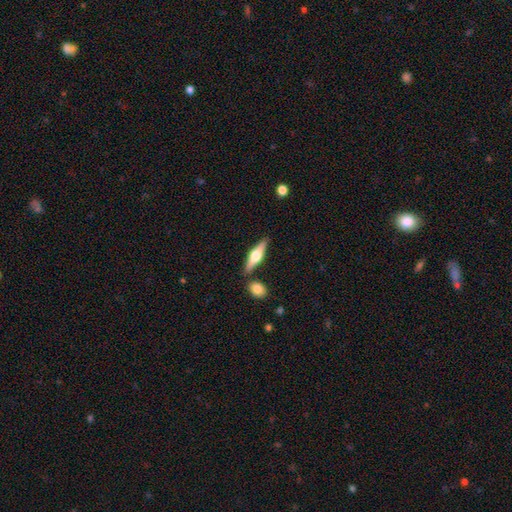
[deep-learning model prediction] Overall: featured or disk (60%; smooth 34%). Edge-on disk: yes (95%). Edge-on bulge: rounded (93%). Merging: none (80%).